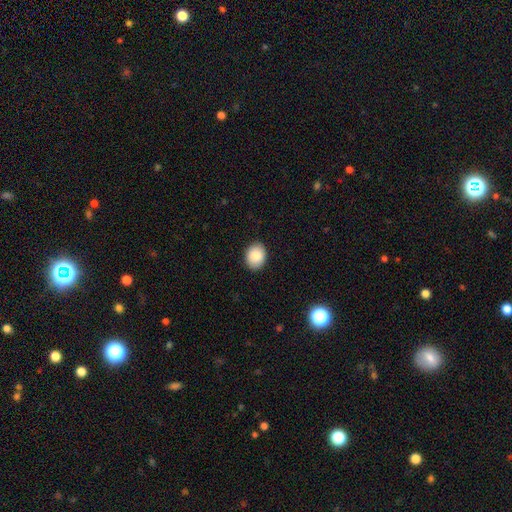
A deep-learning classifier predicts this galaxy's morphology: This appears to be a smooth galaxy with no disk features (88%) that is in between round and cigar-shaped (61%). Merging: none (89%).